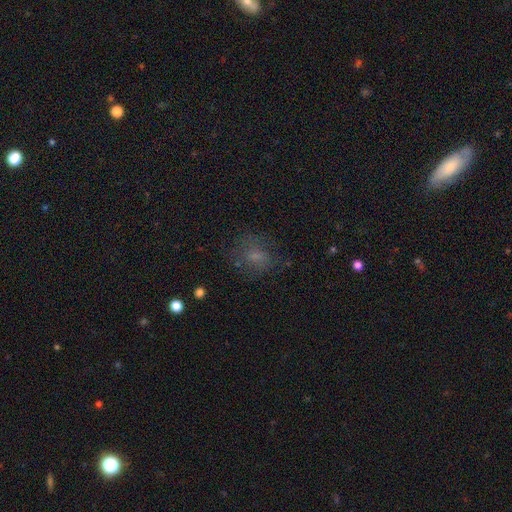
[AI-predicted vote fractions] This appears to be a smooth galaxy with no disk features (61%) that is round (51%). Merging: none (64%).